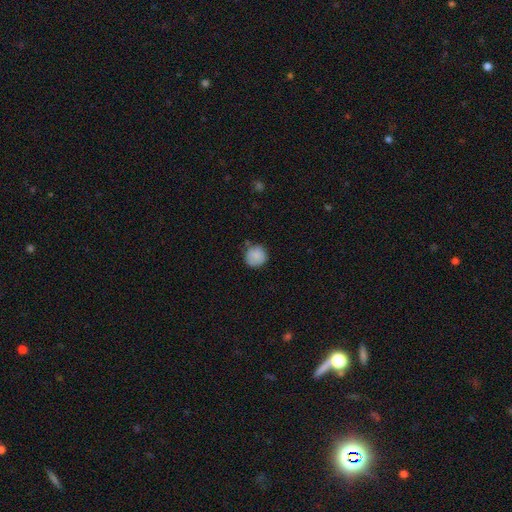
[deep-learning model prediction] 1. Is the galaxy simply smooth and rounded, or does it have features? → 82% smooth, 10% featured or disk, 8% star or artifact.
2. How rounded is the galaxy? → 90% round, 9% in between, 1% cigar-shaped.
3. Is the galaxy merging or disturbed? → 67% none, 24% minor disturbance, 5% major disturbance, 4% merger.